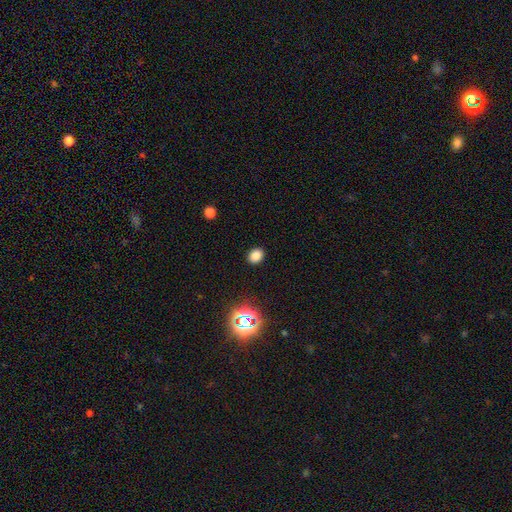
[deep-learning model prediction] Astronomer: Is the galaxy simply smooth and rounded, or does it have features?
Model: smooth — 79%.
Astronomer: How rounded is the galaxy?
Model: in between — 54% (runner-up: round, 45%).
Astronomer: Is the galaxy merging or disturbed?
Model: none — 90%.